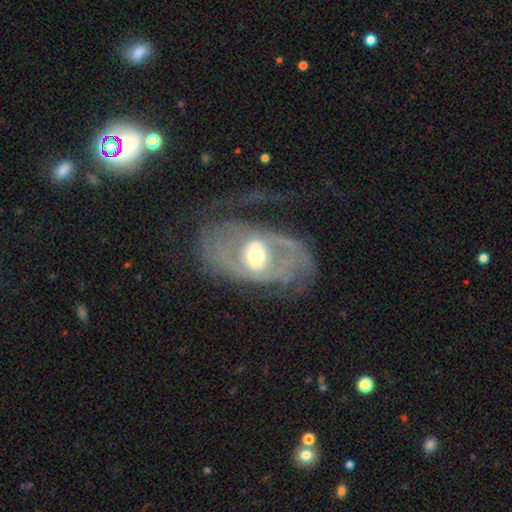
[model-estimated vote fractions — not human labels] Smooth or featured: featured or disk — 79% (smooth — 15%)
Edge-on disk: no — 94% (yes — 6%)
Bar: no — 39% (weak — 37%)
Spiral arms: yes — 69% (no — 31%)
Spiral winding: medium — 36% (tight — 33%)
Spiral arm count: 2 — 50% (can't tell — 27%)
Bulge size: moderate — 68% (large — 15%)
Merging: none — 41% (major disturbance — 39%)